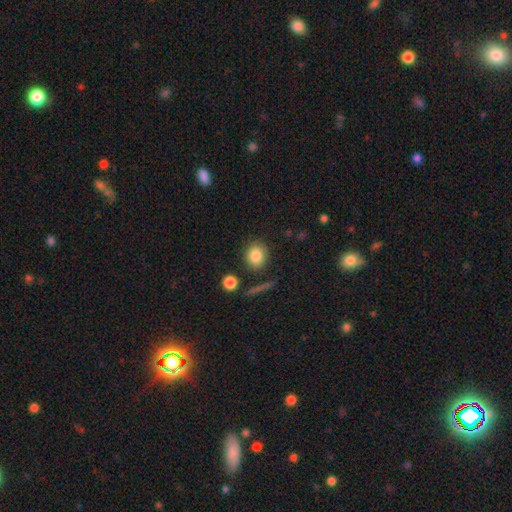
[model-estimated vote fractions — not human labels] A smooth galaxy with no disk features (84%) that is round (72%). Merging: none (81%).